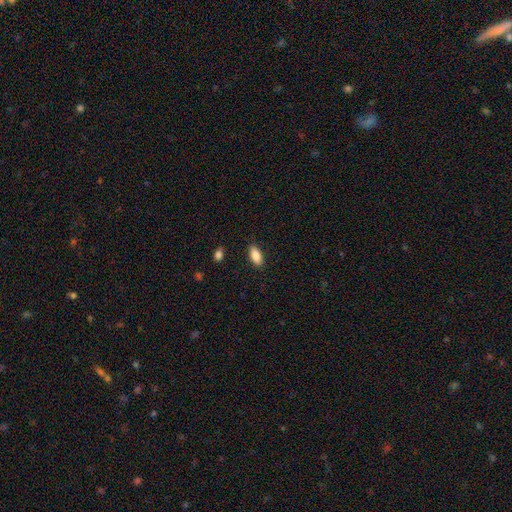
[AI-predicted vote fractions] The model was most divided on "merging": none: 87%, minor disturbance: 10%, major disturbance: 2%, merger: 1%. More confident: how rounded — in between (89%); smooth or featured — smooth (86%).